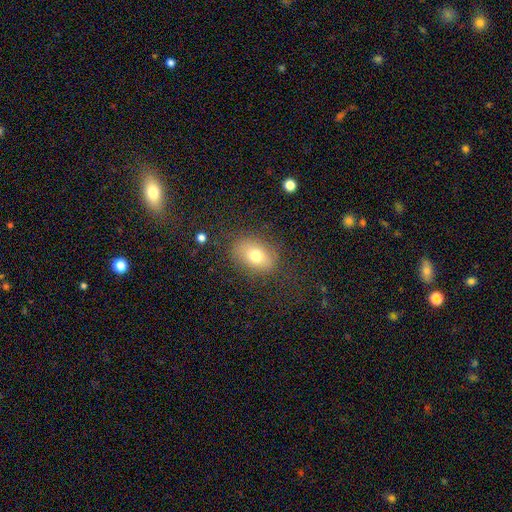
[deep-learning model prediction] smooth_or_featured: smooth (p=0.72) [alt: featured or disk p=0.16]
how_rounded: in between (p=0.74) [alt: round p=0.25]
merging: none (p=0.78) [alt: minor disturbance p=0.13]